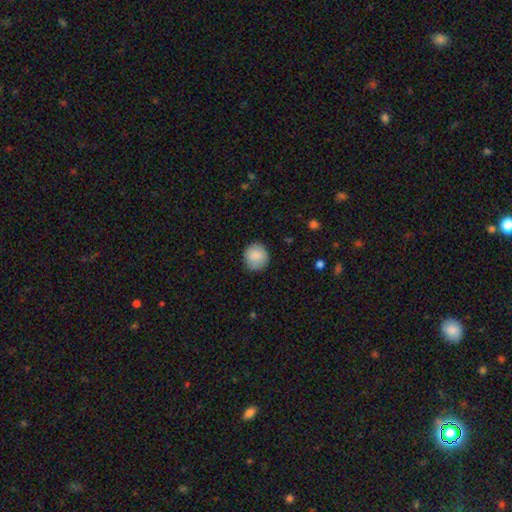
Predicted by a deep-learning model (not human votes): The model was most divided on "merging": none: 86%, minor disturbance: 10%, major disturbance: 3%, merger: 1%. More confident: how rounded — round (90%); smooth or featured — smooth (88%).